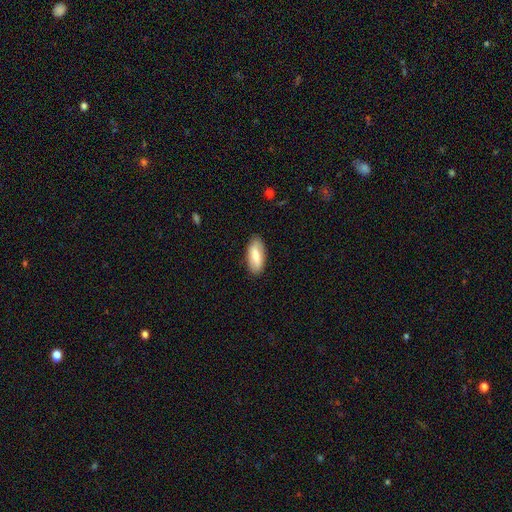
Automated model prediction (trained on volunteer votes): Morphology: type=smooth (72%); roundness=in between (84%); merging=none (87%).